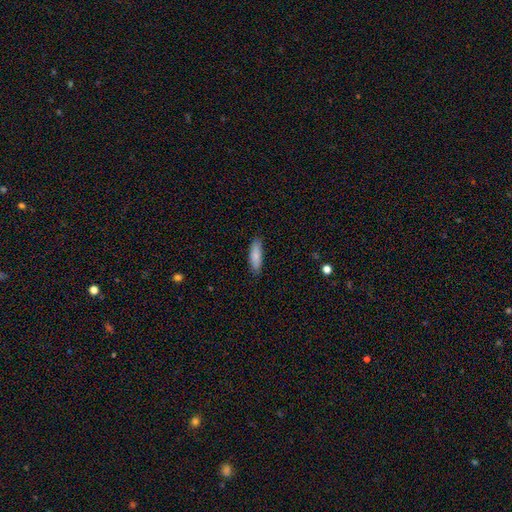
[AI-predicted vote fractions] smooth-or-featured: smooth: 83% | featured or disk: 11% | star or artifact: 6%
  how-rounded: in between: 50% | cigar-shaped: 48% | round: 2%
  merging: none: 86% | minor disturbance: 11% | major disturbance: 2% | merger: 1%